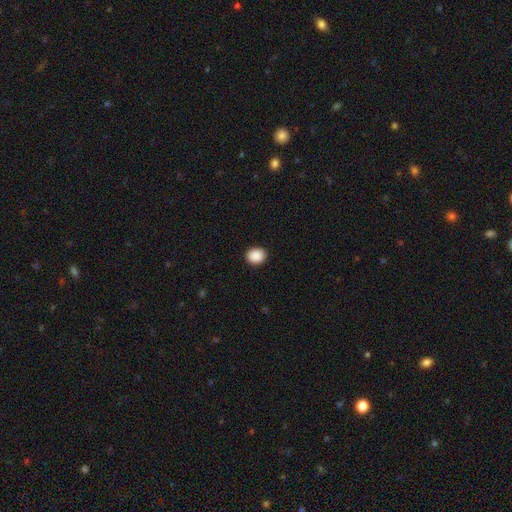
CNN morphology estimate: Smooth or featured?
  - smooth: 90% *
  - star or artifact: 8%
  - featured or disk: 2%
How rounded?
  - round: 63% *
  - in between: 36%
  - cigar-shaped: 1%
Merging?
  - none: 91% *
  - minor disturbance: 6%
  - major disturbance: 2%
  - merger: 1%